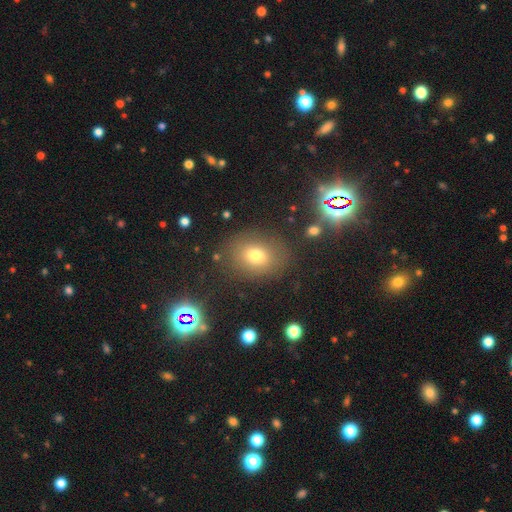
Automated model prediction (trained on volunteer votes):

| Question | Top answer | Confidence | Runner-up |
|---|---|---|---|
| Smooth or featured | smooth | 74% | star or artifact (15%) |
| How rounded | in between | 52% | round (47%) |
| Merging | none | 80% | minor disturbance (11%) |